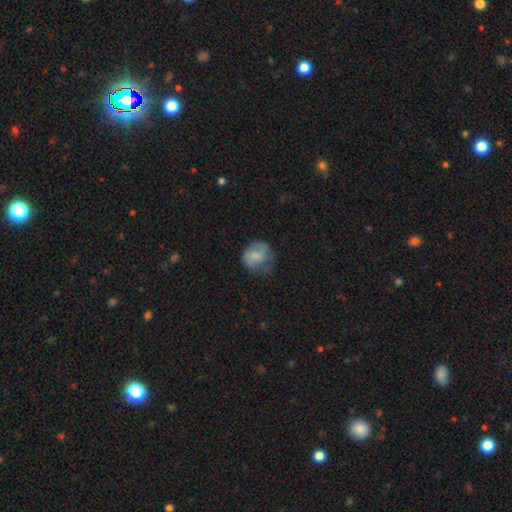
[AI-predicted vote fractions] Smooth or featured? smooth (72%)
How rounded? round (73%)
Merging? none (46%)